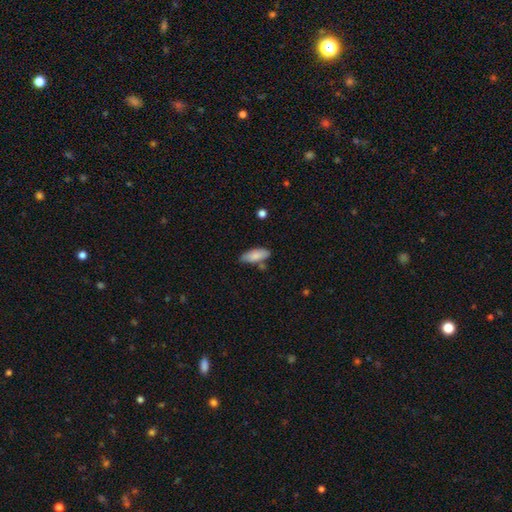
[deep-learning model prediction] Overall: smooth (84%). How rounded: in between (78%). Merging: none (73%).